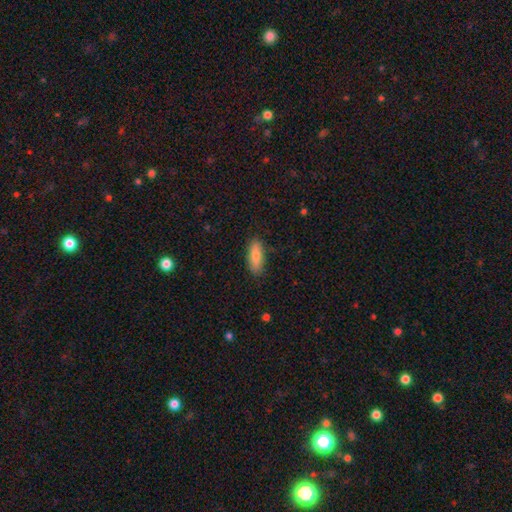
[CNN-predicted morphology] Smooth or featured? smooth (81%)
How rounded? in between (63%)
Merging? none (86%)